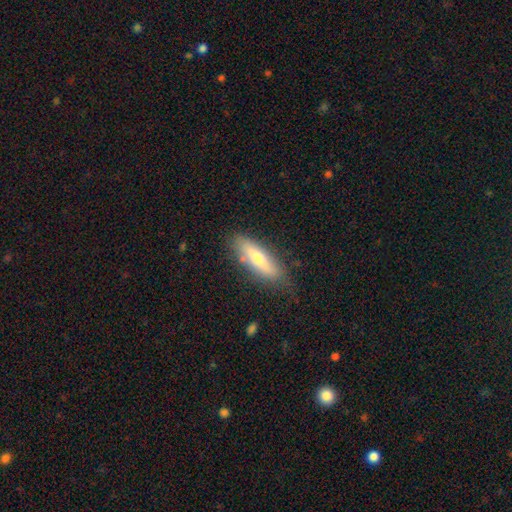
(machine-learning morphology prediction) smooth_or_featured: smooth (p=0.55) [alt: featured or disk p=0.39]
how_rounded: cigar-shaped (p=0.60) [alt: in between p=0.38]
merging: none (p=0.77) [alt: minor disturbance p=0.17]